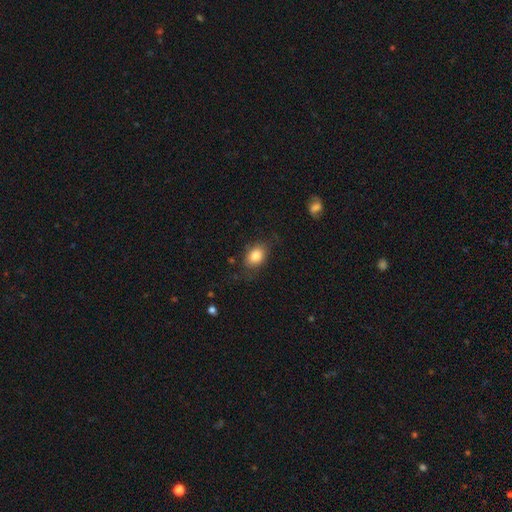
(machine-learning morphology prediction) smooth 82%, featured or disk 10%, star or artifact 8%. Down the decision tree: how rounded — in between (76%); merging — none (73%).